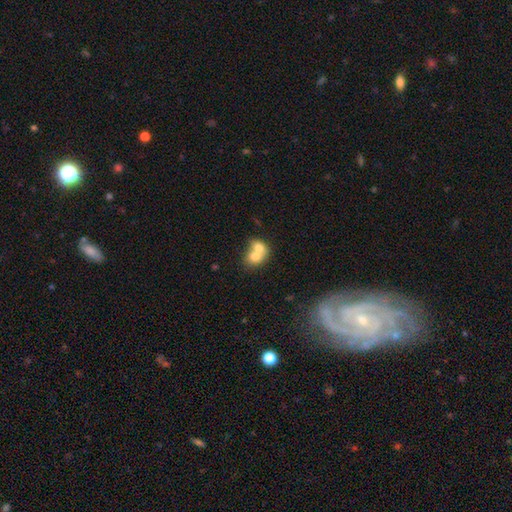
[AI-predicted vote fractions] A smooth galaxy with no disk features (71%) that is round (52%). Merging: merger (75%).